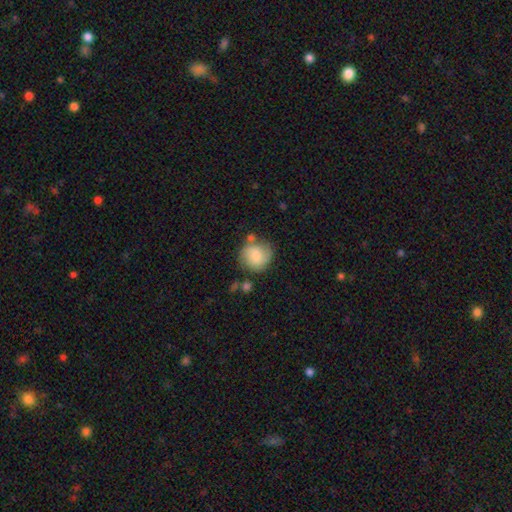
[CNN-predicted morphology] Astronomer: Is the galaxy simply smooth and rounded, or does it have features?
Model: smooth — 62%.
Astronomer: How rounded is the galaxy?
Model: round — 86%.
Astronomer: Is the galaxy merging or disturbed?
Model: none — 66%.